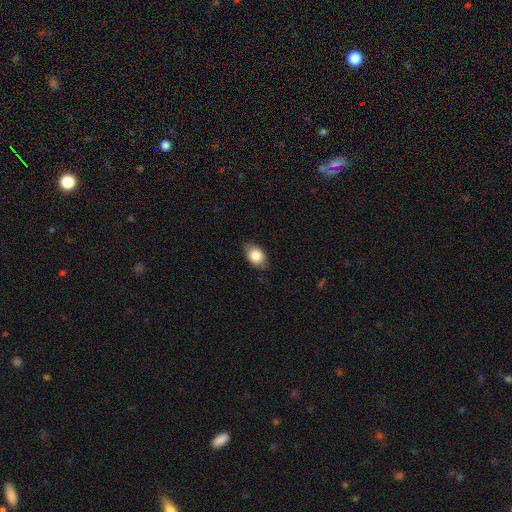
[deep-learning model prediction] A smooth galaxy with no disk features (84%) that is in between round and cigar-shaped (72%). Merging: none (77%).